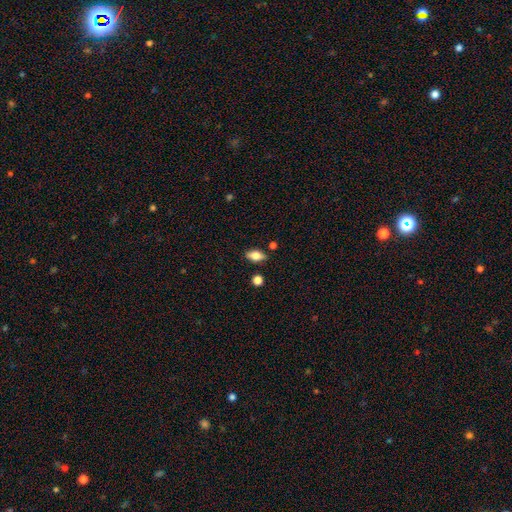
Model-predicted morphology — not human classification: Q: Smooth or featured?
A: smooth (71%); runner-up: featured or disk (21%)
Q: How rounded?
A: in between (85%); runner-up: cigar-shaped (8%)
Q: Merging?
A: none (83%); runner-up: minor disturbance (12%)